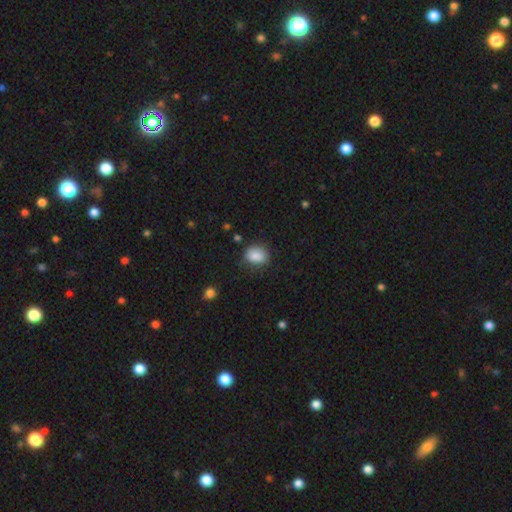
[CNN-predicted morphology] Smooth or featured: smooth — 87% (star or artifact — 8%)
How rounded: in between — 56% (round — 43%)
Merging: none — 75% (minor disturbance — 18%)